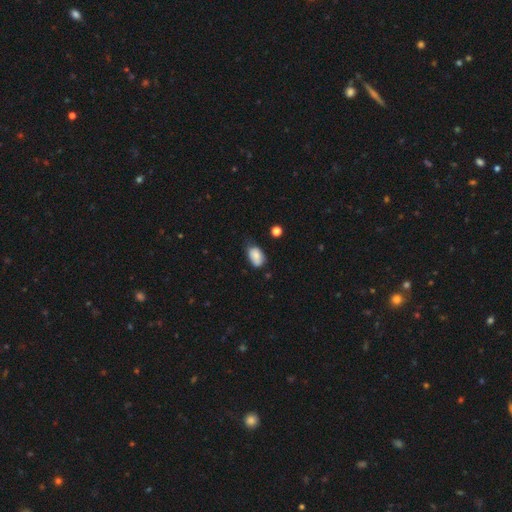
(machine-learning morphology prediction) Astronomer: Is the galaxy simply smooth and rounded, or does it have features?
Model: smooth — 81%.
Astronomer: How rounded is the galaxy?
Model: in between — 90%.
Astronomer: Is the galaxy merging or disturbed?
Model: none — 50% (runner-up: minor disturbance, 39%).